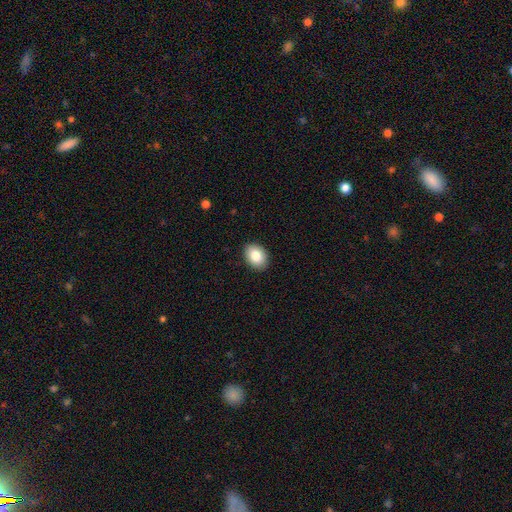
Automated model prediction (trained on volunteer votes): smooth-or-featured: smooth: 84% | featured or disk: 8% | star or artifact: 8%
  how-rounded: in between: 71% | round: 28% | cigar-shaped: 1%
  merging: none: 90% | minor disturbance: 8% | major disturbance: 2% | merger: 1%